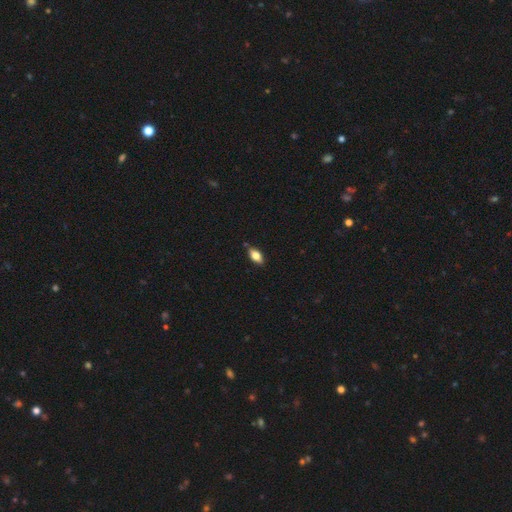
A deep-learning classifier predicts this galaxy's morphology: This is likely a smooth galaxy (72%). How rounded: clearly in between (87%). Merging: clearly none (83%).